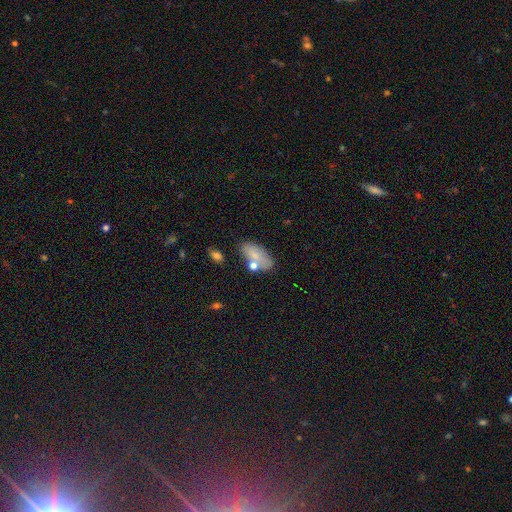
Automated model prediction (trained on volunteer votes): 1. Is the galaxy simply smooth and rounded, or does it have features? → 74% smooth, 17% featured or disk, 9% star or artifact.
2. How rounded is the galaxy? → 90% in between, 5% round, 5% cigar-shaped.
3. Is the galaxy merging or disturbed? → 63% none, 18% minor disturbance, 14% merger, 5% major disturbance.